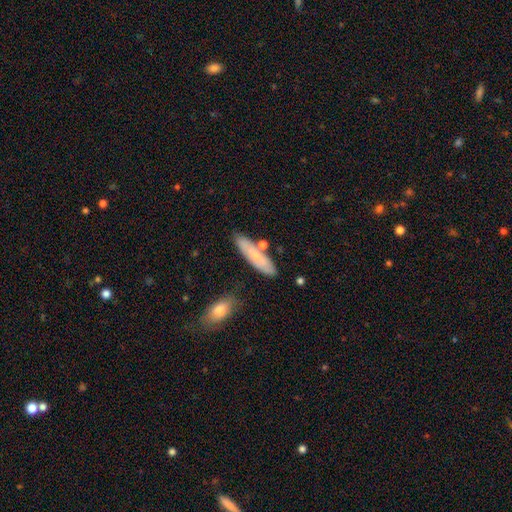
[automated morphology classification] type=smooth (67%); roundness=cigar-shaped (66%); merging=none (75%).